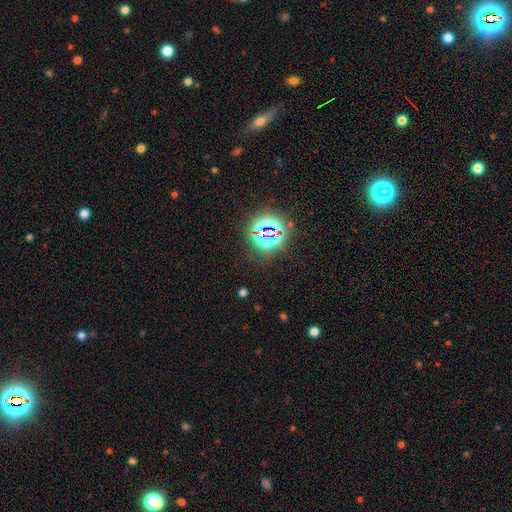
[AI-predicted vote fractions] The model was most divided on "smooth or featured": star or artifact: 80%, smooth: 12%, featured or disk: 8%.